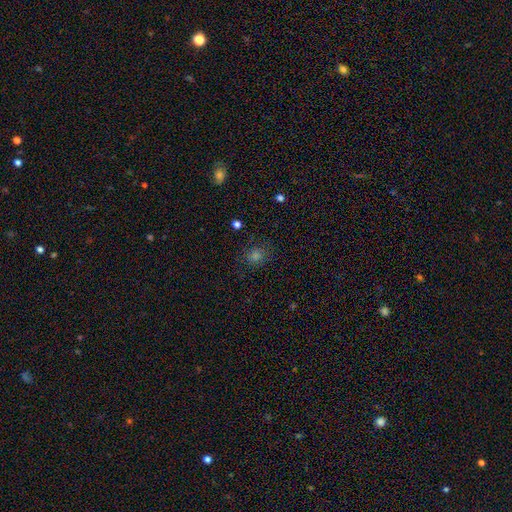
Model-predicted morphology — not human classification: type=smooth (63%); roundness=round (78%); merging=none (83%).